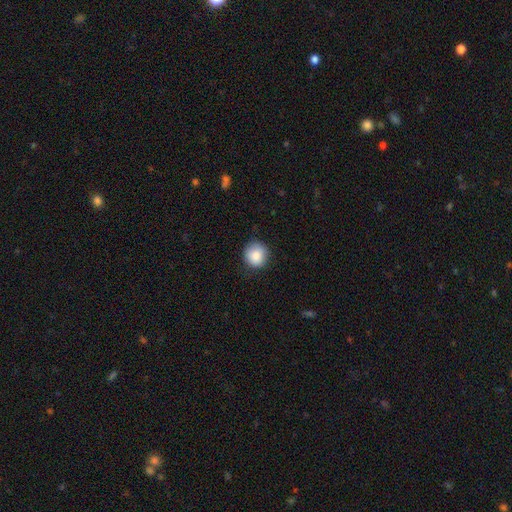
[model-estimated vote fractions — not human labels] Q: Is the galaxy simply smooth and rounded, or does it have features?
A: smooth — 87%.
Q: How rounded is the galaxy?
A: round — 90%.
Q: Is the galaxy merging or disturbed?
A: none — 81%.